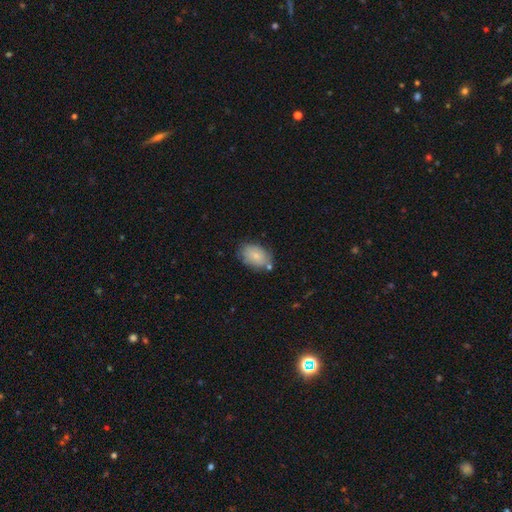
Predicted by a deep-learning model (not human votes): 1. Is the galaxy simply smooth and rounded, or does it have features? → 78% smooth, 15% featured or disk, 7% star or artifact.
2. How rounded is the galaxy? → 85% in between, 14% round, 1% cigar-shaped.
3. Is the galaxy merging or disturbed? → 71% none, 19% minor disturbance, 7% merger, 4% major disturbance.